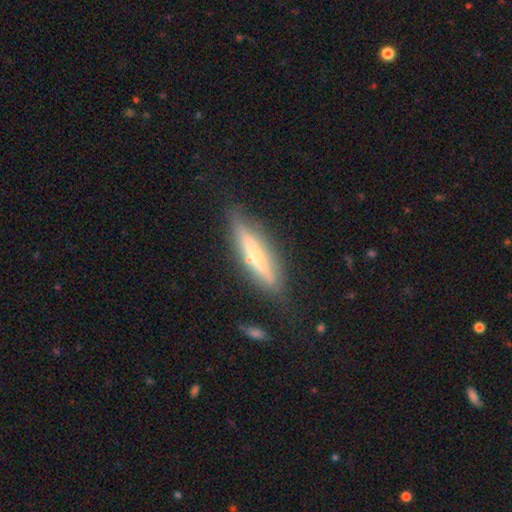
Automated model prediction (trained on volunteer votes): Morphology: type=featured or disk (59%); edge-on=yes (91%); edge-on bulge=none (45%); merging=none (77%).